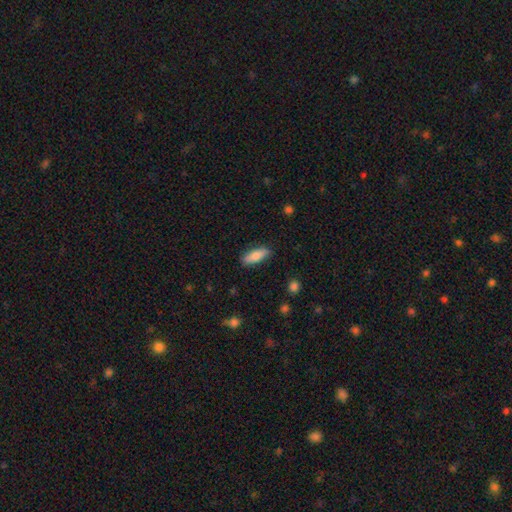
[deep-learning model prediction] smooth-or-featured: smooth: 80% | featured or disk: 13% | star or artifact: 6%
  how-rounded: in between: 63% | cigar-shaped: 35% | round: 2%
  merging: none: 86% | minor disturbance: 11% | major disturbance: 2% | merger: 1%